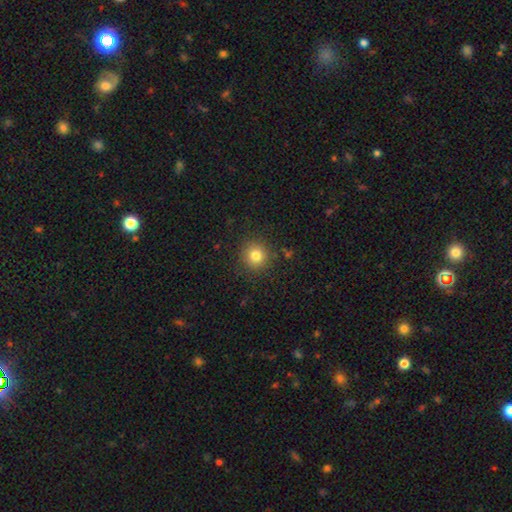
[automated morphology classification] Q: Smooth or featured?
A: smooth (80%); runner-up: star or artifact (13%)
Q: How rounded?
A: round (93%); runner-up: in between (6%)
Q: Merging?
A: none (89%); runner-up: minor disturbance (7%)